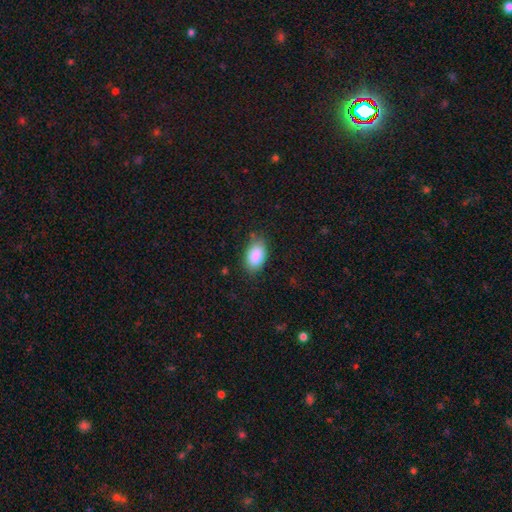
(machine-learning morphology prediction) smooth-or-featured: smooth: 88% | star or artifact: 7% | featured or disk: 5%
  how-rounded: in between: 92% | round: 6% | cigar-shaped: 2%
  merging: none: 80% | minor disturbance: 16% | major disturbance: 3% | merger: 1%